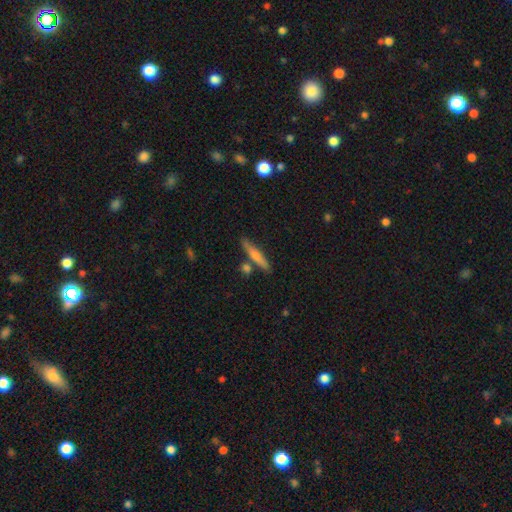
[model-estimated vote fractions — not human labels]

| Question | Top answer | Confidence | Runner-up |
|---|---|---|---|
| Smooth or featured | smooth | 53% | featured or disk (41%) |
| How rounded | cigar-shaped | 90% | in between (8%) |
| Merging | none | 80% | minor disturbance (10%) |